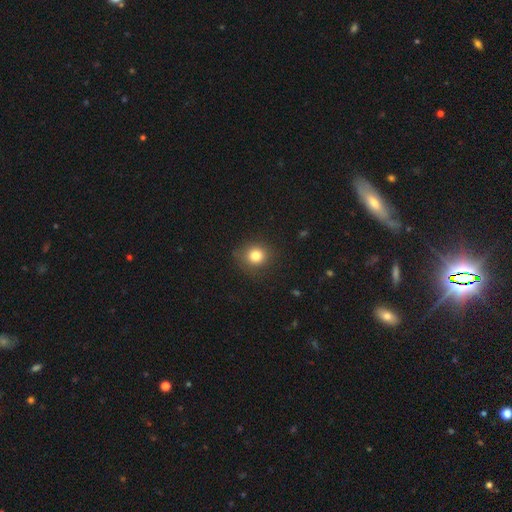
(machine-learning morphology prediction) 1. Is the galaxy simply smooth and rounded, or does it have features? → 81% smooth, 12% star or artifact, 7% featured or disk.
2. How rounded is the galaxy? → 85% round, 14% in between, 1% cigar-shaped.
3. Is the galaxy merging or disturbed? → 85% none, 11% minor disturbance, 3% major disturbance, 1% merger.